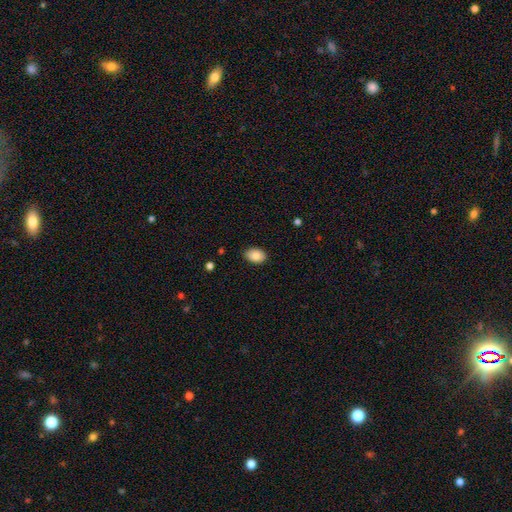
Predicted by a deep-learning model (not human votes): Smooth or featured: smooth — 85% (featured or disk — 7%)
How rounded: in between — 87% (round — 12%)
Merging: none — 86% (minor disturbance — 11%)